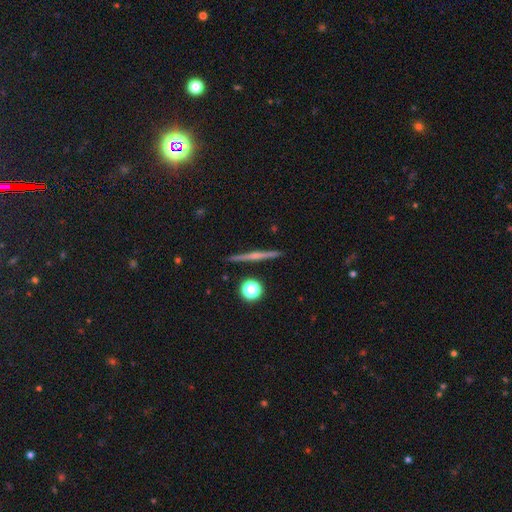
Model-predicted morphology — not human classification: Smooth or featured? Predicted: featured or disk (p=0.68). Edge-on disk? Predicted: yes (p=0.98). Edge-on bulge? Predicted: rounded (p=0.64). Merging? Predicted: none (p=0.92).